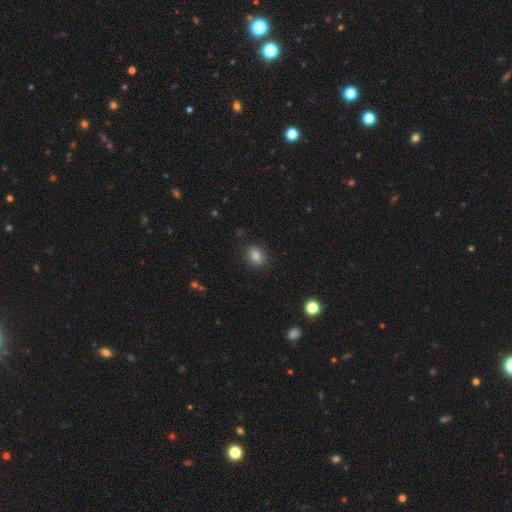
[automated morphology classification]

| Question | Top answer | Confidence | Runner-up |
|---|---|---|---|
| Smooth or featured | smooth | 84% | star or artifact (11%) |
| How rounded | in between | 57% | round (42%) |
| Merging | none | 88% | minor disturbance (9%) |